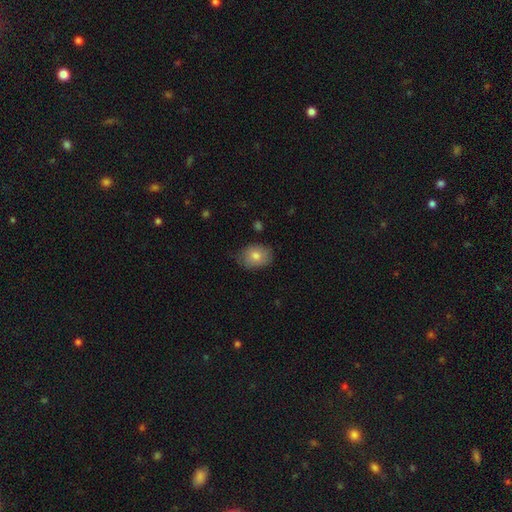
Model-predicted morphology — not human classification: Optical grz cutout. It shows a smooth galaxy with no disk features (78%) that is in between round and cigar-shaped (63%). Merging: none (71%).